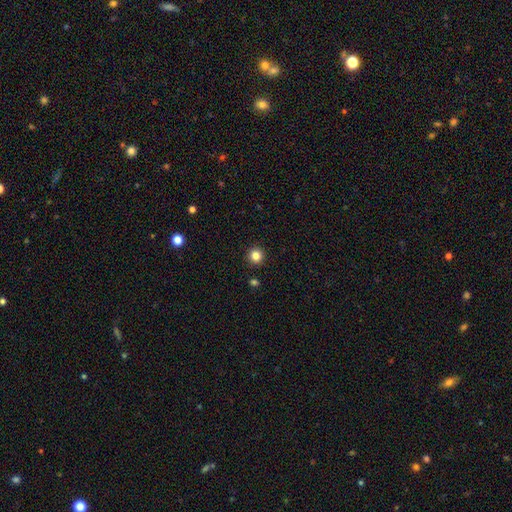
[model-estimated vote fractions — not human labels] A smooth galaxy with no disk features (84%) that is round (95%).

Vote fractions:
- Smooth or featured? smooth: 84% / star or artifact: 11% / featured or disk: 5%
- How rounded? round: 95% / in between: 4% / cigar-shaped: 1%
- Merging? none: 93% / minor disturbance: 4% / major disturbance: 2% / merger: 2%